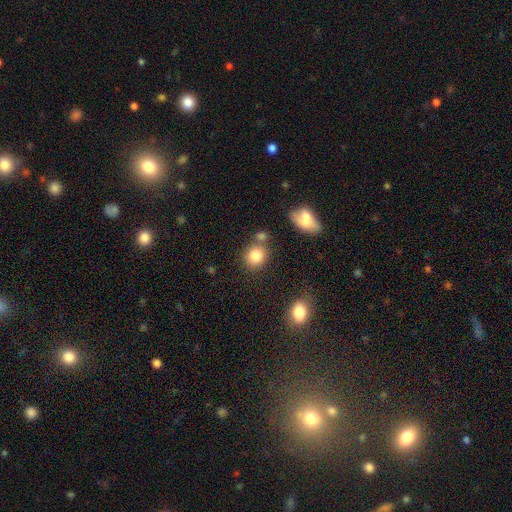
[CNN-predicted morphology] Smooth or featured: smooth — 82% (star or artifact — 10%)
How rounded: round — 75% (in between — 24%)
Merging: none — 67% (merger — 17%)